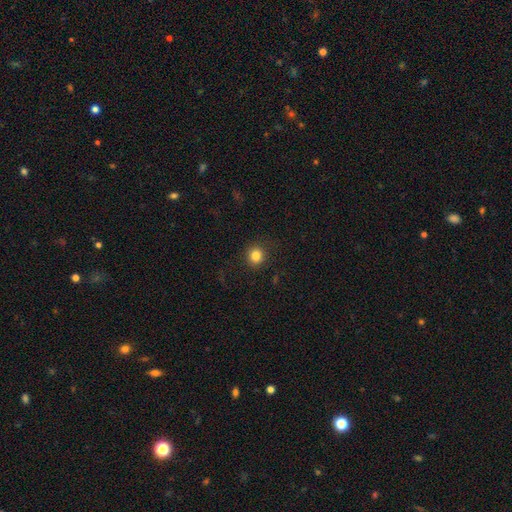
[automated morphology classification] A smooth galaxy with no disk features (84%) that is round (88%). Merging: none (89%).